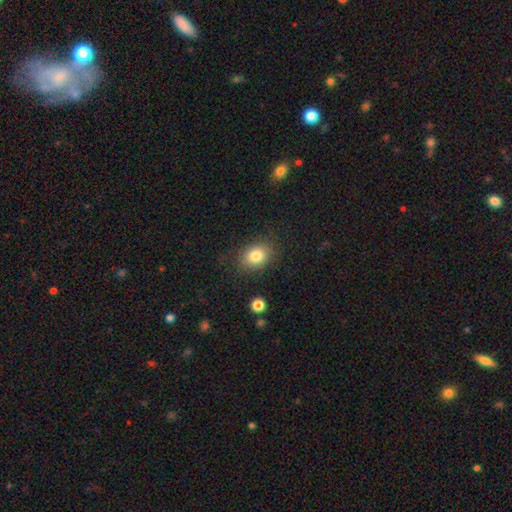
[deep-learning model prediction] Smooth or featured? smooth (82%)
How rounded? in between (62%)
Merging? none (82%)